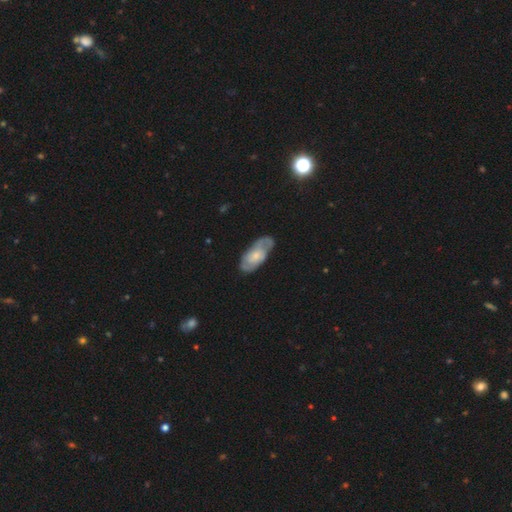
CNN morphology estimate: The model was most divided on "smooth or featured": featured or disk: 54%, smooth: 40%, star or artifact: 5%. More confident: edge-on disk — no (90%); merging — none (66%).